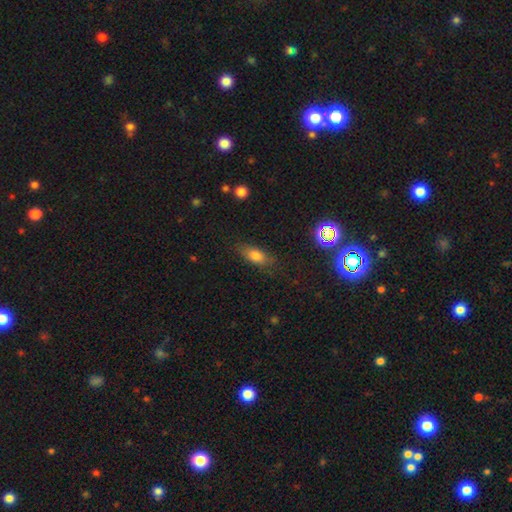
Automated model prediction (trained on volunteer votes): smooth-or-featured: smooth: 76% | featured or disk: 13% | star or artifact: 11%
  how-rounded: in between: 79% | cigar-shaped: 16% | round: 5%
  merging: none: 76% | minor disturbance: 17% | major disturbance: 5% | merger: 2%